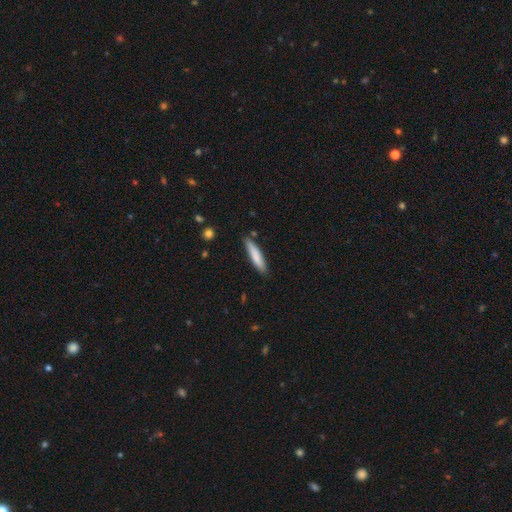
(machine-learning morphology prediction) smooth-or-featured: smooth: 80% | featured or disk: 15% | star or artifact: 6%
  how-rounded: cigar-shaped: 86% | in between: 13% | round: 1%
  merging: none: 82% | minor disturbance: 13% | major disturbance: 2% | merger: 2%